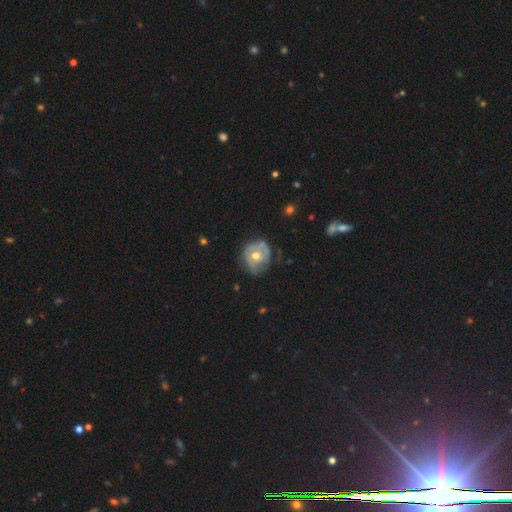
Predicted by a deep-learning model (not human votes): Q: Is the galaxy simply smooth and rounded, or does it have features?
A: featured or disk — 62%.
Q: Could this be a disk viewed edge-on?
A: no — 97%.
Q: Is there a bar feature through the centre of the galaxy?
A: no — 77%.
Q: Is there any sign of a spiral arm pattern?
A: yes — 57%.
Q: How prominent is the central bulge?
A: moderate — 74%.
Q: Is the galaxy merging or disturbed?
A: none — 55%.